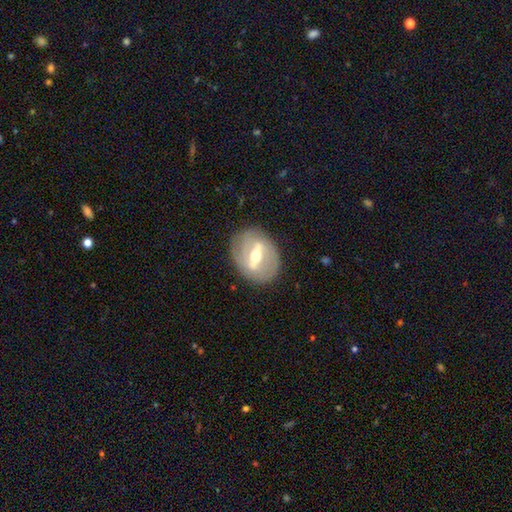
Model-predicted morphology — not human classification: A featured or disk galaxy (74%) with a strong bar (66%), no spiral arms (55%) and a moderate central bulge (71%).

Vote fractions:
- Smooth or featured? featured or disk: 74% / smooth: 19% / star or artifact: 6%
- Edge-on disk? no: 86% / yes: 14%
- Bar? strong: 66% / weak: 27% / no: 7%
- Spiral arms? no: 55% / yes: 45%
- Bulge size? moderate: 71% / small: 18% / large: 8% / dominant: 1% / none: 1%
- Merging? none: 81% / minor disturbance: 13% / major disturbance: 5% / merger: 1%